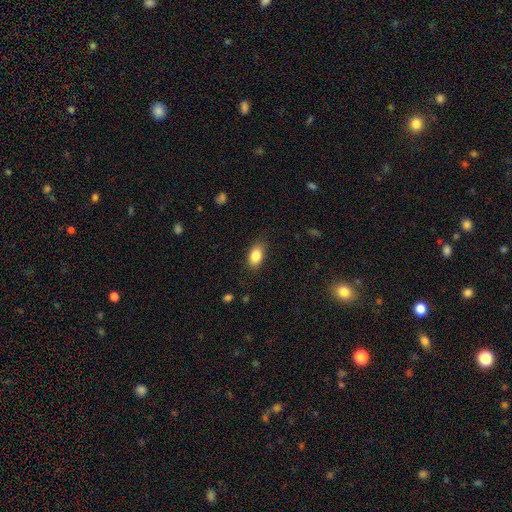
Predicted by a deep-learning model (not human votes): smooth_or_featured: smooth (p=0.85) [alt: star or artifact p=0.08]
how_rounded: in between (p=0.89) [alt: round p=0.09]
merging: none (p=0.80) [alt: minor disturbance p=0.16]